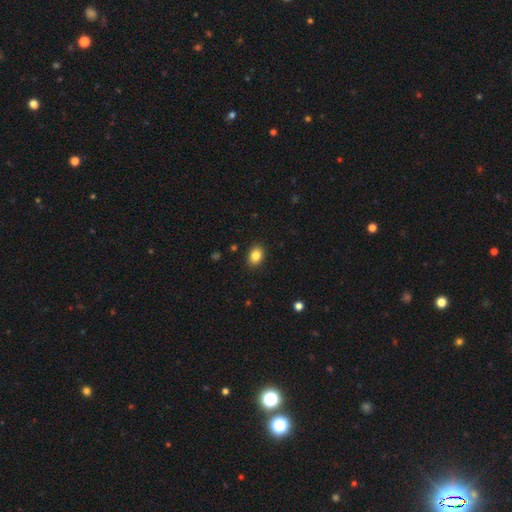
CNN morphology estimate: smooth-or-featured: smooth: 85% | star or artifact: 9% | featured or disk: 6%
  how-rounded: in between: 68% | round: 31% | cigar-shaped: 1%
  merging: none: 89% | minor disturbance: 8% | major disturbance: 2% | merger: 1%